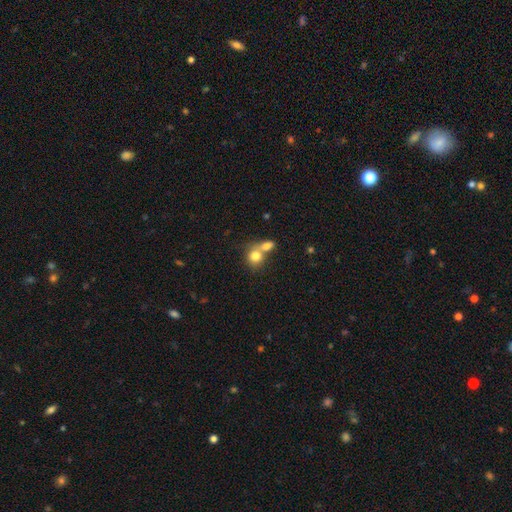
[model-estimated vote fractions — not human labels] This is likely a smooth galaxy (79%). How rounded: likely round (74%). Merging: possibly merger (58%).